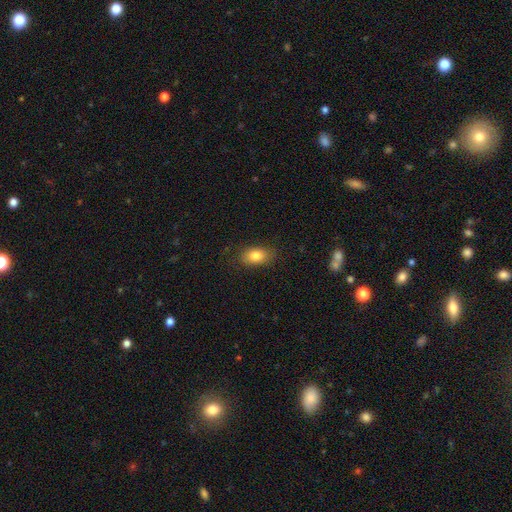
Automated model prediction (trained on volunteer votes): Overall: smooth (82%). How rounded: in between (86%). Merging: none (84%).